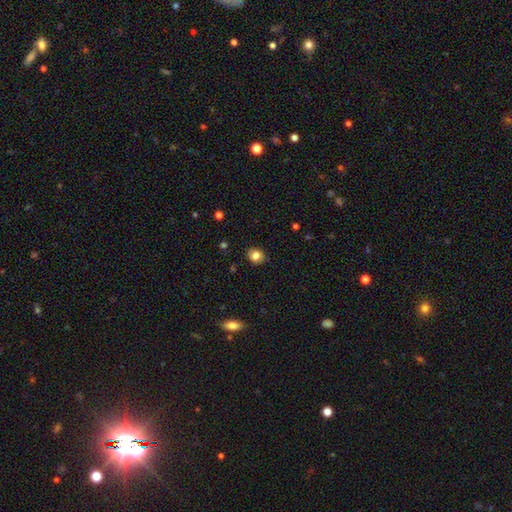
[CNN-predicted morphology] smooth 82%, star or artifact 11%, featured or disk 7%. Down the decision tree: how rounded — round (67%); merging — none (86%).